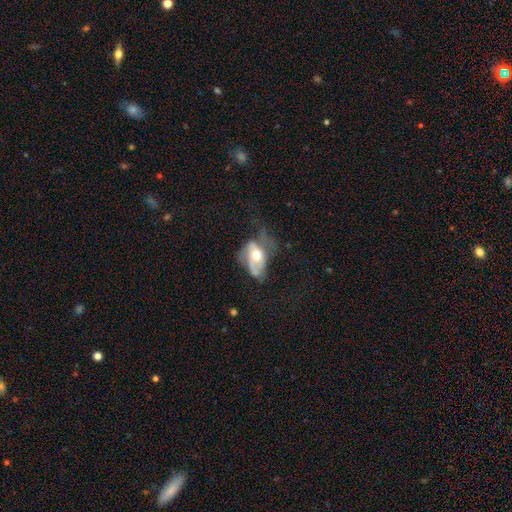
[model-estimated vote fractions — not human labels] Q: Smooth or featured?
A: featured or disk (53%); runner-up: smooth (39%)
Q: Edge-on disk?
A: no (93%); runner-up: yes (7%)
Q: Merging?
A: major disturbance (45%); runner-up: minor disturbance (26%)